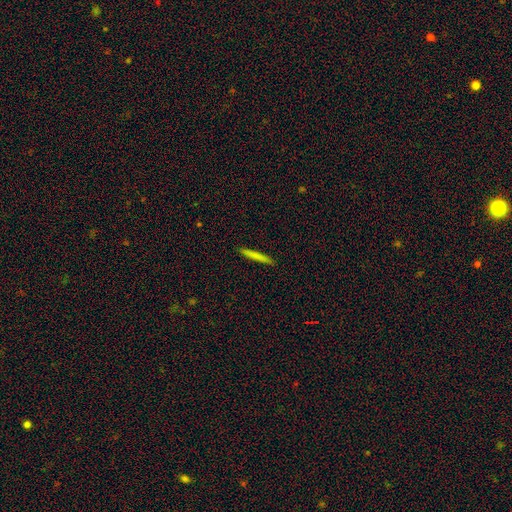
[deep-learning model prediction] Smooth or featured: smooth — 76% (featured or disk — 17%)
How rounded: cigar-shaped — 96% (in between — 3%)
Merging: none — 92% (minor disturbance — 6%)